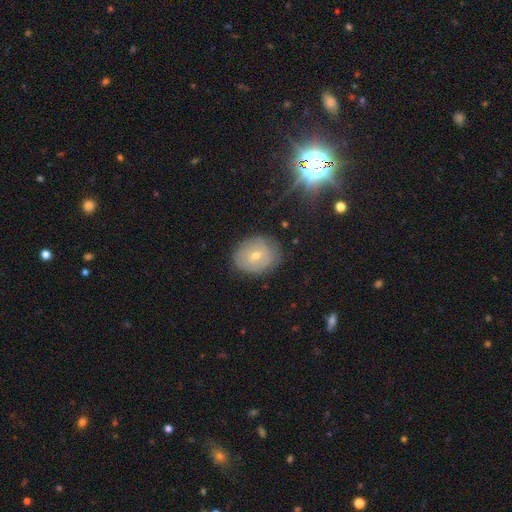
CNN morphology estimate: smooth-or-featured: featured or disk: 46% | smooth: 37% | star or artifact: 17%
  merging: none: 80% | minor disturbance: 14% | major disturbance: 4% | merger: 1%